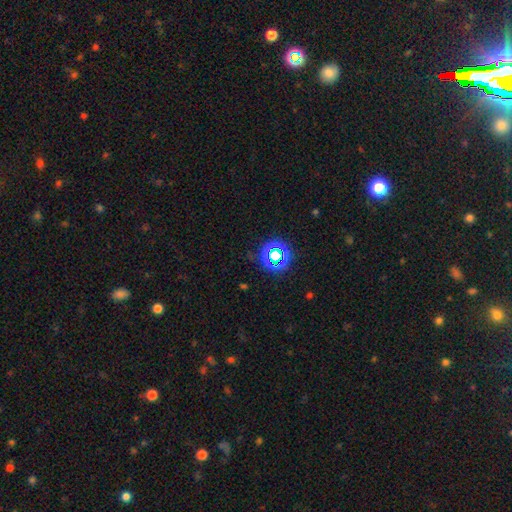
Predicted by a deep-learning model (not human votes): The model was most divided on "smooth or featured": star or artifact: 67%, smooth: 25%, featured or disk: 7%.